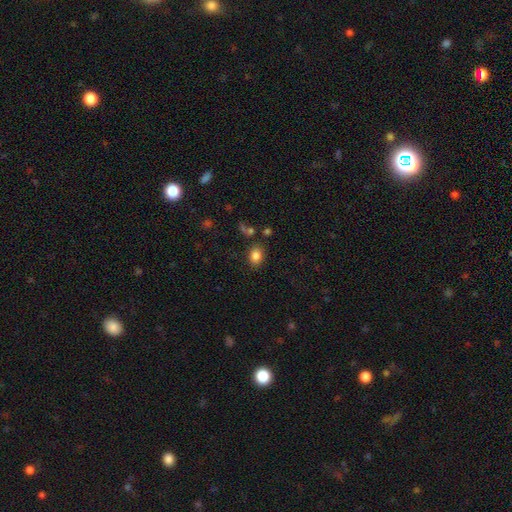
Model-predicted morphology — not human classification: Smooth or featured? Predicted: smooth (p=0.84). How rounded? Predicted: in between (p=0.68). Merging? Predicted: none (p=0.80).